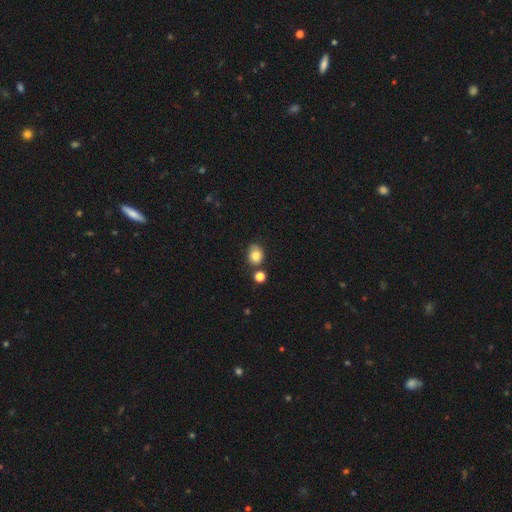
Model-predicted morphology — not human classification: This is clearly a smooth galaxy (82%). How rounded: possibly round (57%). Merging: likely none (69%).